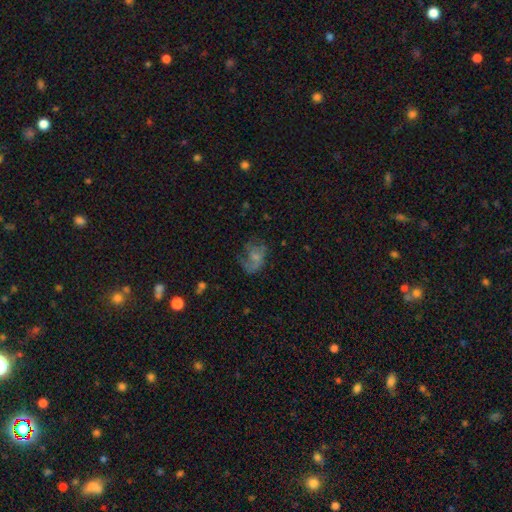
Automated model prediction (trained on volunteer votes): This appears to be a featured or disk galaxy (55%) with no bar (74%), spiral arms (74%) and a small central bulge (53%). Merging: none (47%).